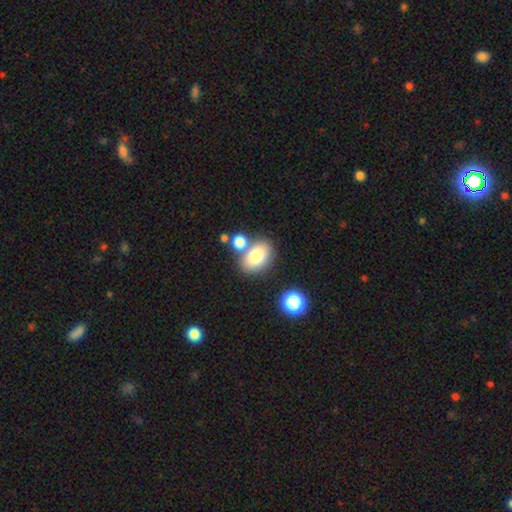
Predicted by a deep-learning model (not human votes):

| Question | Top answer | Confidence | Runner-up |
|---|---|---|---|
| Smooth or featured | smooth | 81% | featured or disk (10%) |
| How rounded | in between | 83% | round (15%) |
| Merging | none | 63% | merger (21%) |